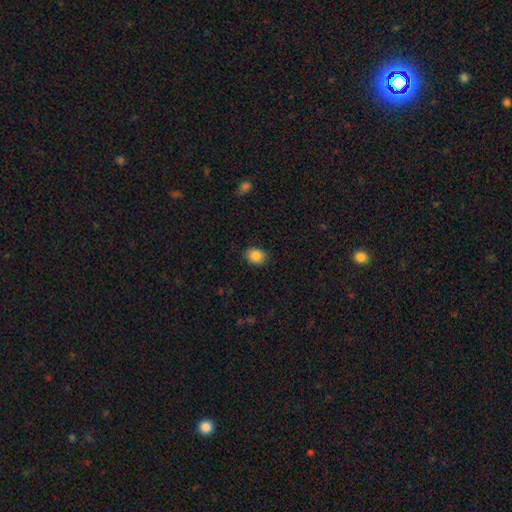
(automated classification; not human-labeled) Smooth or featured? Predicted: smooth (p=0.86). How rounded? Predicted: in between (p=0.60). Merging? Predicted: none (p=0.87).